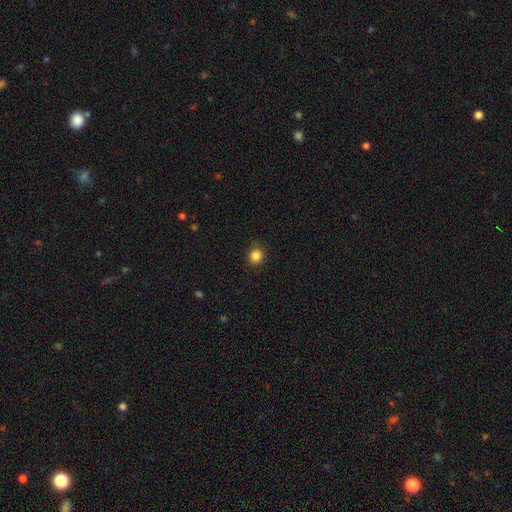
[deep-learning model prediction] Smooth or featured?
  - smooth: 85% *
  - star or artifact: 11%
  - featured or disk: 4%
How rounded?
  - round: 86% *
  - in between: 14%
  - cigar-shaped: 1%
Merging?
  - none: 90% *
  - minor disturbance: 7%
  - major disturbance: 2%
  - merger: 1%